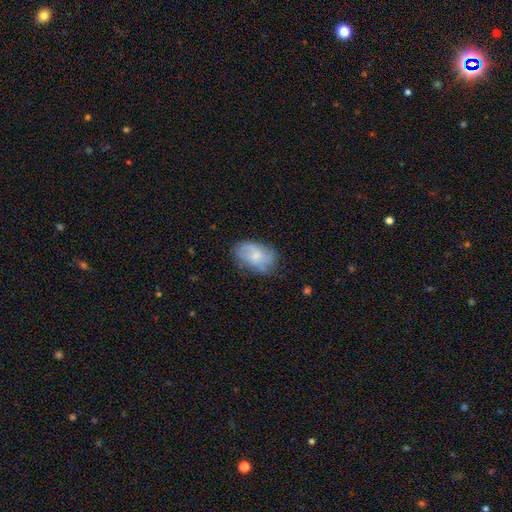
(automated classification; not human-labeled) Smooth or featured: smooth — 49% (featured or disk — 44%)
Merging: none — 62% (minor disturbance — 26%)